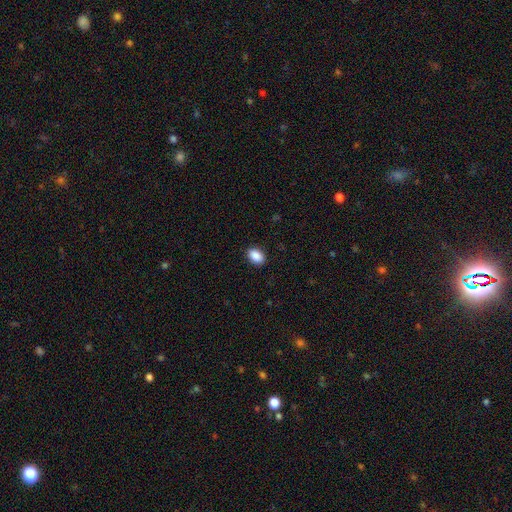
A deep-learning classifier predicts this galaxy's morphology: smooth_or_featured: smooth (p=0.90) [alt: star or artifact p=0.07]
how_rounded: in between (p=0.85) [alt: round p=0.14]
merging: none (p=0.90) [alt: minor disturbance p=0.07]